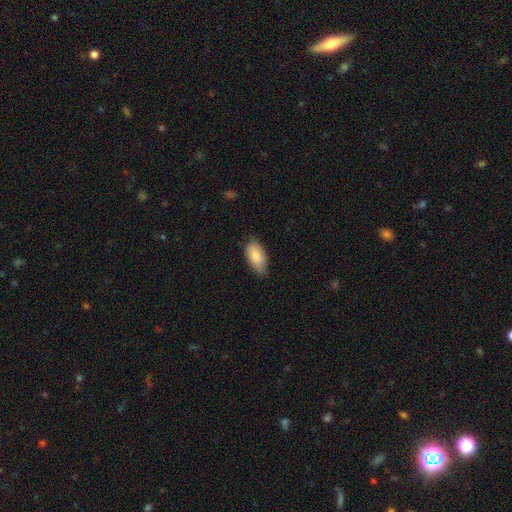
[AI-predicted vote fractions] smooth_or_featured: smooth (p=0.85) [alt: featured or disk p=0.09]
how_rounded: in between (p=0.94) [alt: cigar-shaped p=0.04]
merging: none (p=0.72) [alt: minor disturbance p=0.23]